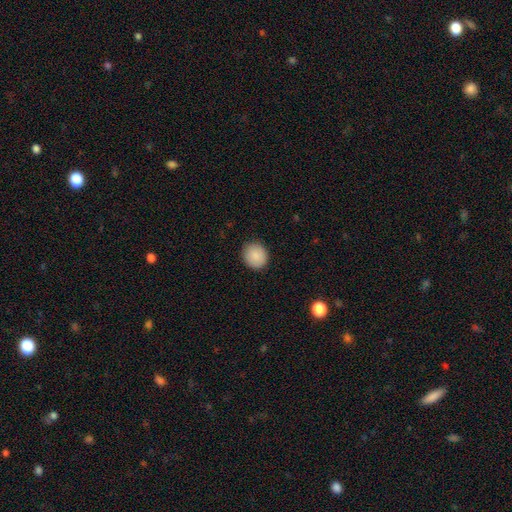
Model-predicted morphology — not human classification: Smooth or featured? smooth (89%)
How rounded? round (82%)
Merging? none (90%)